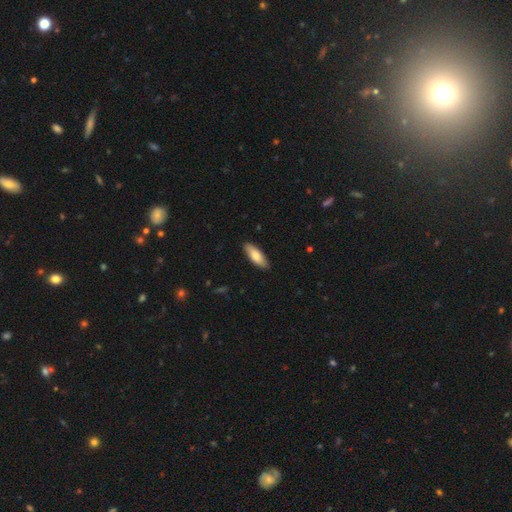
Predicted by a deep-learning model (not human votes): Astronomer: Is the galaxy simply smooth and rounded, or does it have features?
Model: smooth — 79%.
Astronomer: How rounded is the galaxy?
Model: in between — 67%.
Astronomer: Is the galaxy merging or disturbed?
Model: none — 89%.